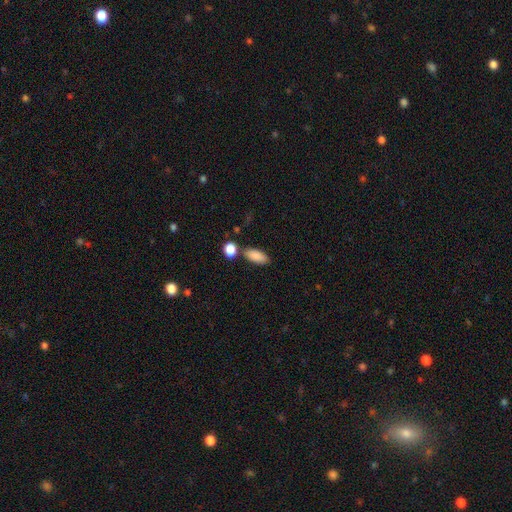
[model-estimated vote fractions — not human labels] A smooth galaxy with no disk features (87%) that is in between round and cigar-shaped (87%).

Vote fractions:
- Smooth or featured? smooth: 87% / star or artifact: 7% / featured or disk: 6%
- How rounded? in between: 87% / cigar-shaped: 9% / round: 4%
- Merging? none: 73% / minor disturbance: 13% / merger: 11% / major disturbance: 3%